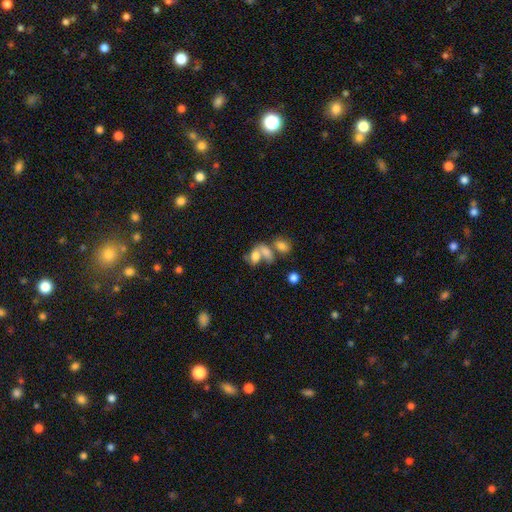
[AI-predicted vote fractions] A smooth galaxy with no disk features (66%) that is in between round and cigar-shaped (79%). Merging: merger (54%).